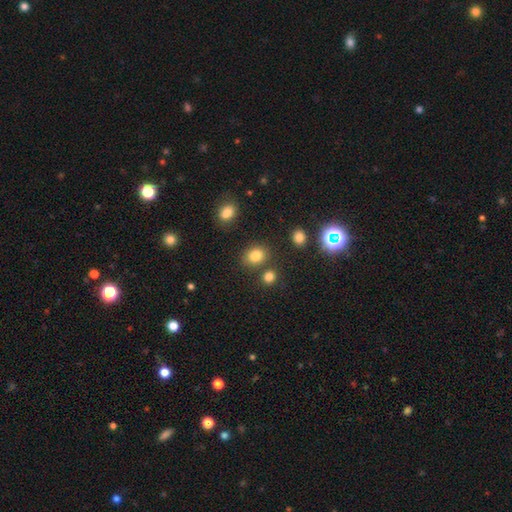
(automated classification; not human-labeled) Overall: smooth (80%). How rounded: round (53%; in between 46%). Merging: none (76%).